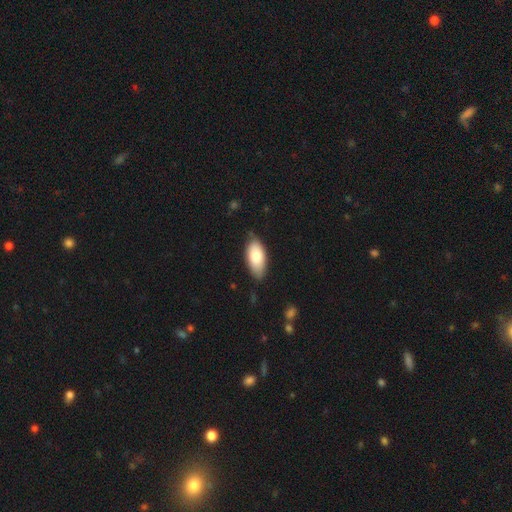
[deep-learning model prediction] Q: Smooth or featured?
A: smooth (80%); runner-up: featured or disk (14%)
Q: How rounded?
A: in between (91%); runner-up: cigar-shaped (7%)
Q: Merging?
A: none (78%); runner-up: minor disturbance (18%)